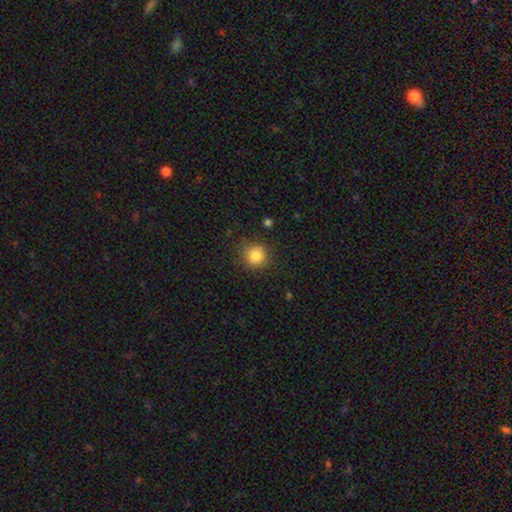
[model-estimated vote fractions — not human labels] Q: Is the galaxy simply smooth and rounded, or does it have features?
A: smooth — 85%.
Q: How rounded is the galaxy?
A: round — 91%.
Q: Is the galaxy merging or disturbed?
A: none — 82%.